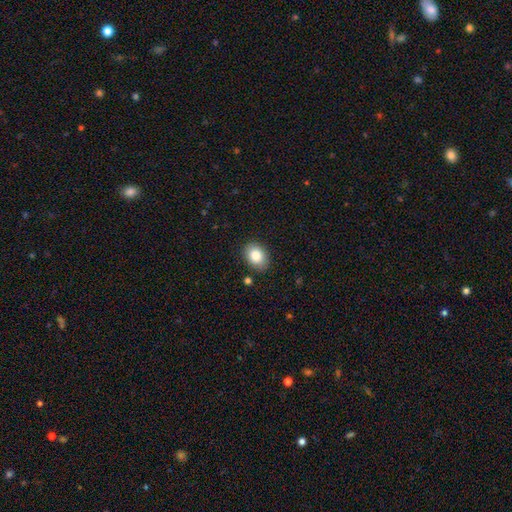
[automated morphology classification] This is clearly a smooth galaxy (83%). How rounded: likely in between (70%). Merging: clearly none (87%).